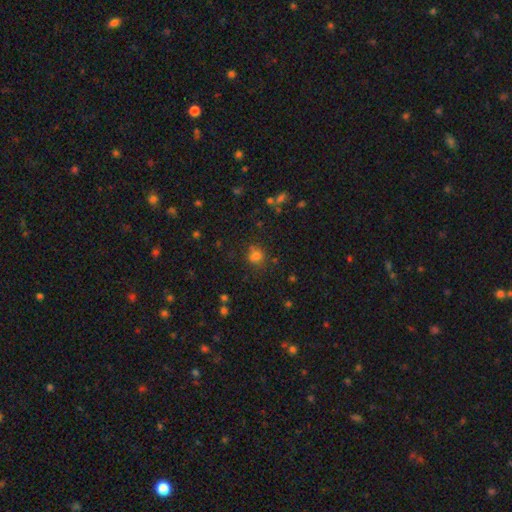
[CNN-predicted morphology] Q: Smooth or featured?
A: smooth (74%); runner-up: star or artifact (18%)
Q: How rounded?
A: round (70%); runner-up: in between (29%)
Q: Merging?
A: none (65%); runner-up: minor disturbance (17%)